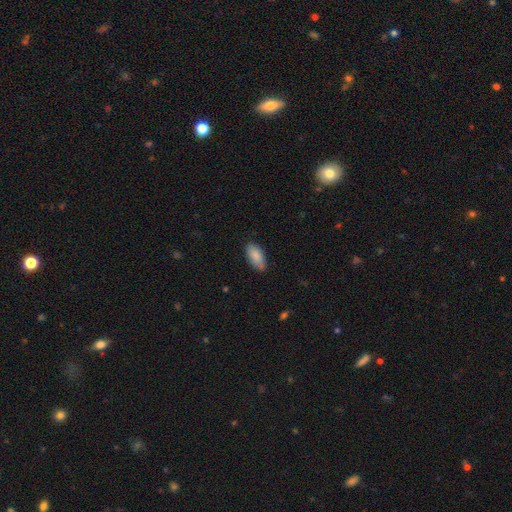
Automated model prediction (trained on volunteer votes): Overall: smooth (86%). How rounded: in between (90%). Merging: none (75%).